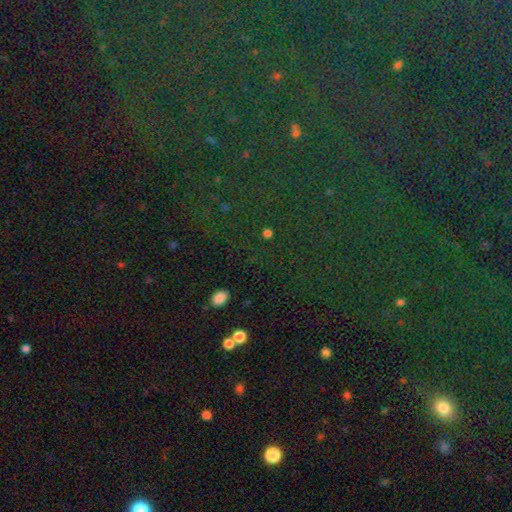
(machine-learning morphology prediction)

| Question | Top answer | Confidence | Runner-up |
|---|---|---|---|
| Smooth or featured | star or artifact | 83% | smooth (10%) |